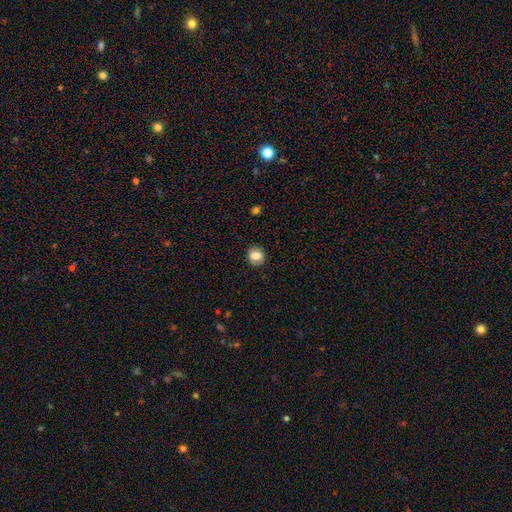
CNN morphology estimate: This appears to be a smooth galaxy with no disk features (77%) that is round (78%). Merging: none (87%).